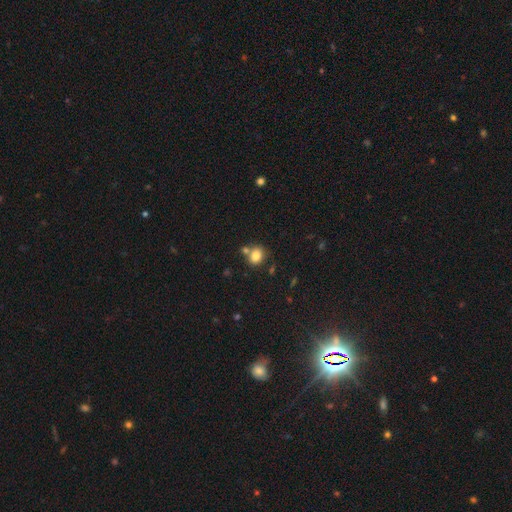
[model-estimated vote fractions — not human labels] smooth-or-featured: smooth: 81% | star or artifact: 11% | featured or disk: 8%
  how-rounded: round: 54% | in between: 45% | cigar-shaped: 1%
  merging: none: 62% | merger: 22% | minor disturbance: 12% | major disturbance: 4%